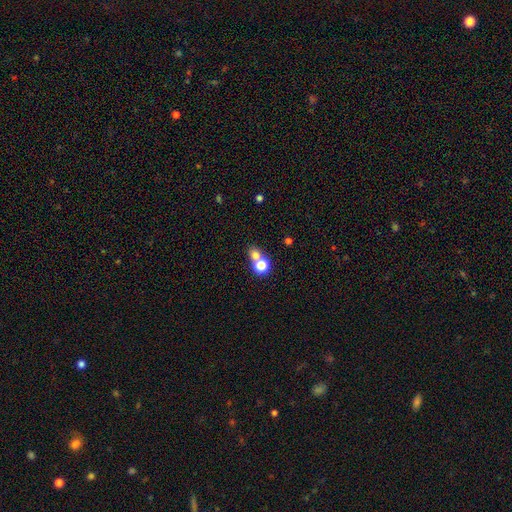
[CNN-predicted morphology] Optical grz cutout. It shows a smooth galaxy with no disk features (71%) that is round (71%). Merging: merger (46%).